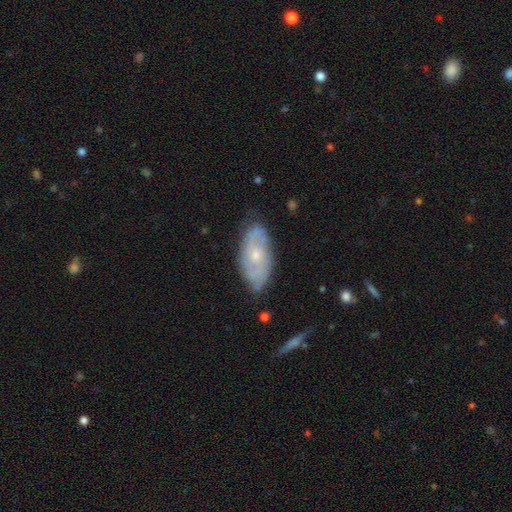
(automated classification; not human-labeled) smooth_or_featured: featured or disk (p=0.66) [alt: smooth p=0.28]
disk_edge_on: no (p=0.90) [alt: yes p=0.10]
bar: no (p=0.76) [alt: weak p=0.20]
has_spiral_arms: yes (p=0.79) [alt: no p=0.21]
bulge_size: small (p=0.59) [alt: moderate p=0.37]
merging: none (p=0.75) [alt: minor disturbance p=0.20]